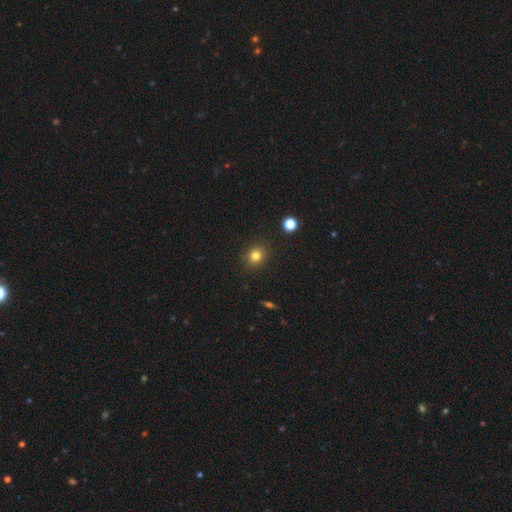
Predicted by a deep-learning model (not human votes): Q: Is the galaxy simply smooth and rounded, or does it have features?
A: smooth — 80%.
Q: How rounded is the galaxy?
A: round — 85%.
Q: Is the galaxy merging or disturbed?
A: none — 89%.